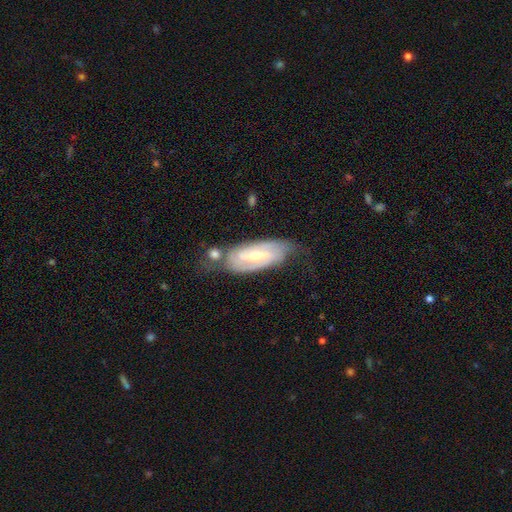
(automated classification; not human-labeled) This appears to be a featured or disk galaxy (81%) with a weak bar (43%), 2 (76%) tight (46%) spiral arms (93%) and a moderate central bulge (48%, tied with small). Merging: none (58%).